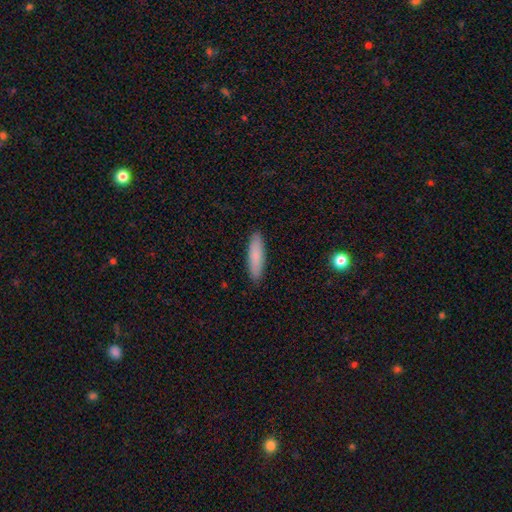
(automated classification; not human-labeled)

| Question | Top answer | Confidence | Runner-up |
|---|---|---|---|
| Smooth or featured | smooth | 85% | featured or disk (9%) |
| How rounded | cigar-shaped | 71% | in between (27%) |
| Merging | none | 91% | minor disturbance (7%) |